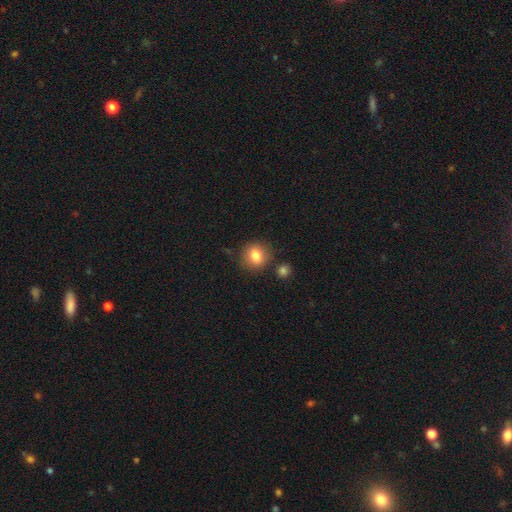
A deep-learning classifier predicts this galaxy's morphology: A smooth galaxy with no disk features (82%) that is round (77%). Merging: none (81%).